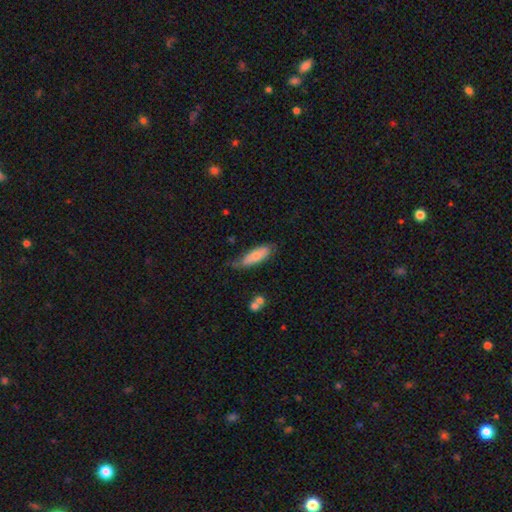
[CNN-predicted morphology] This is likely a smooth galaxy (69%). How rounded: possibly in between (55%). Merging: likely none (60%).